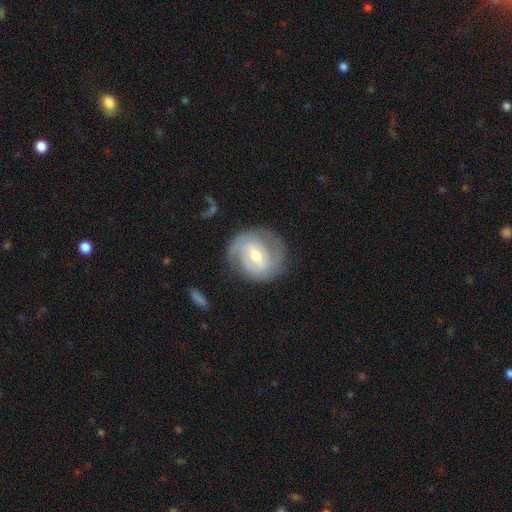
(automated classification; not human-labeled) Overall: featured or disk (80%). Edge-on disk: no (97%). Bar: weak (53%; no 25%). Spiral arms: yes (92%). Spiral arm count: 2 (56%; can't tell 19%). Spiral winding: tight (56%; medium 33%). Bulge size: moderate (68%). Merging: none (75%).